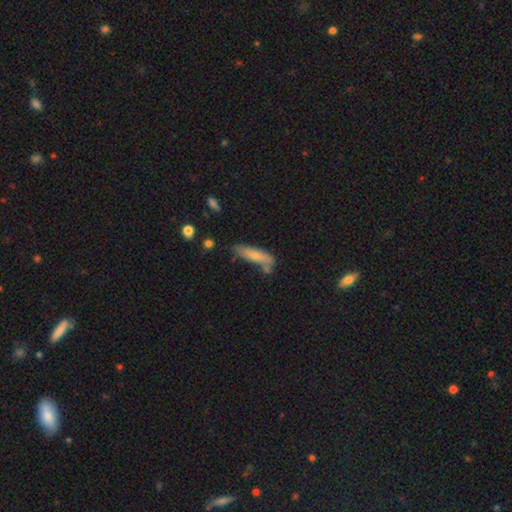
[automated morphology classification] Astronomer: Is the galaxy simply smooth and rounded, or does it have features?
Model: smooth — 67%.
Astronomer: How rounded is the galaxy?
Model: cigar-shaped — 76%.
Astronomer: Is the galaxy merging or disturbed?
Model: none — 60%.